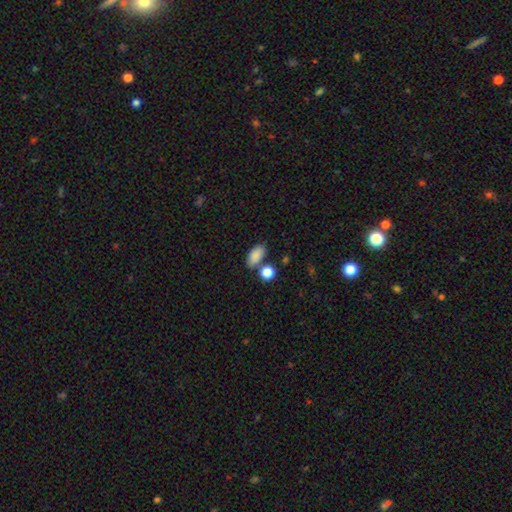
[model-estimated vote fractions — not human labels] This appears to be a smooth galaxy with no disk features (86%) that is in between round and cigar-shaped (89%). Merging: none (67%).